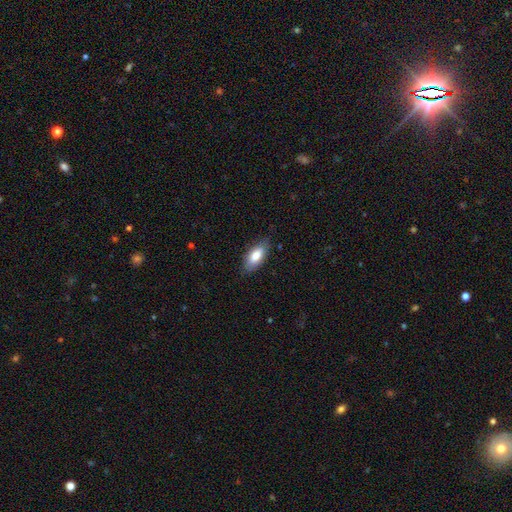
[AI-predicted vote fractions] The model was most divided on "merging": none: 79%, minor disturbance: 17%, major disturbance: 3%, merger: 1%. More confident: how rounded — in between (89%); smooth or featured — smooth (79%).